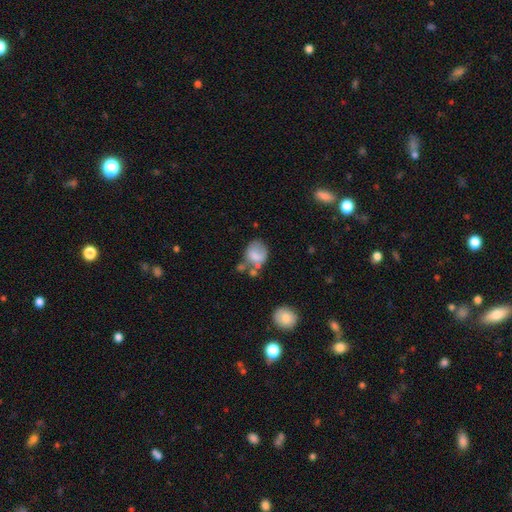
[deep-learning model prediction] Morphology: type=smooth (69%); roundness=round (53%); merging=none (36%).